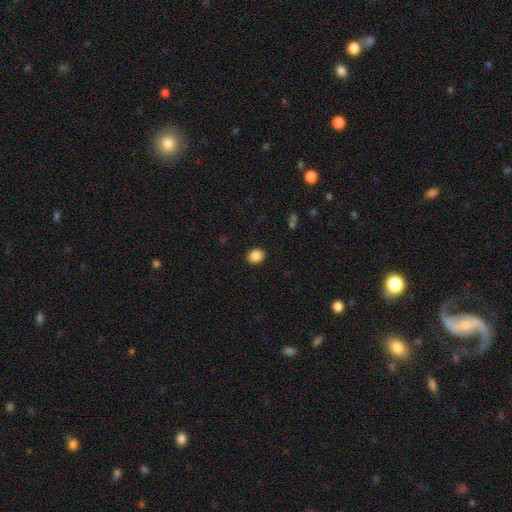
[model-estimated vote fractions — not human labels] smooth-or-featured: smooth: 87% | star or artifact: 9% | featured or disk: 3%
  how-rounded: round: 60% | in between: 40% | cigar-shaped: 1%
  merging: none: 91% | minor disturbance: 6% | major disturbance: 2% | merger: 1%